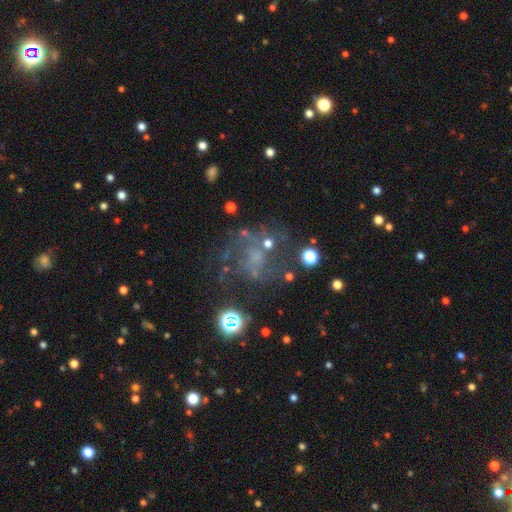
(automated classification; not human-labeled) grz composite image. It shows a featured or disk galaxy (56%) with no bar (74%), spiral arms (63%) and no central bulge (44%). Merging: none (53%).